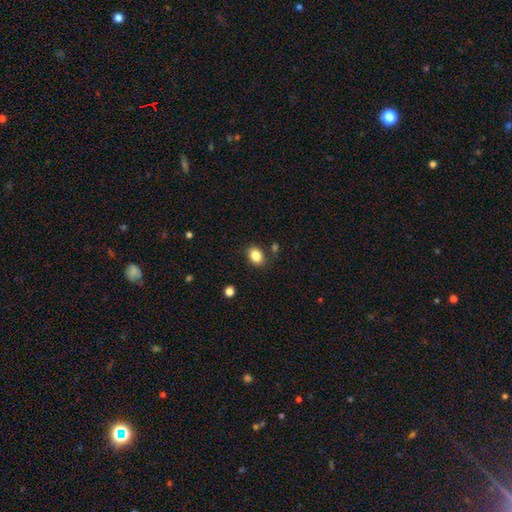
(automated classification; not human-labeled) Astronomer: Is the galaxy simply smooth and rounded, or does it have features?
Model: smooth — 85%.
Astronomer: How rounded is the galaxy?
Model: in between — 67%.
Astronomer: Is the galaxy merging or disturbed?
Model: none — 83%.